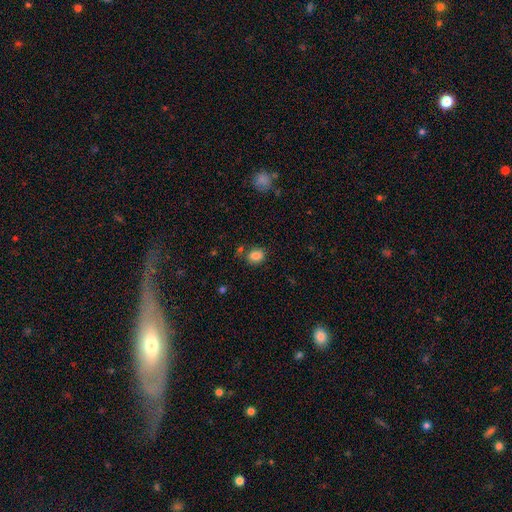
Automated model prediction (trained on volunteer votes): Overall: smooth (84%). How rounded: in between (55%; round 44%). Merging: none (69%).